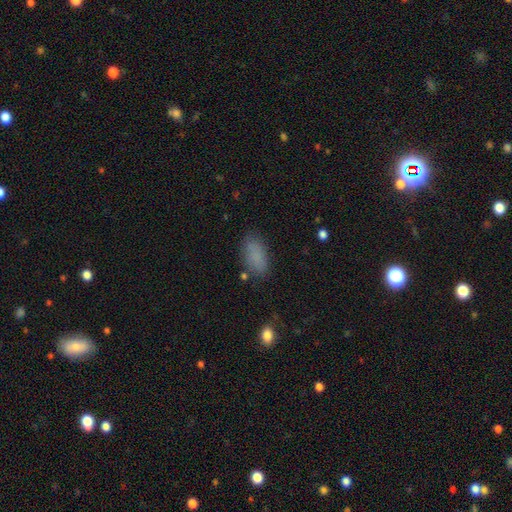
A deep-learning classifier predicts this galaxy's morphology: smooth 84%, star or artifact 10%, featured or disk 6%. Down the decision tree: how rounded — in between (91%); merging — none (78%).